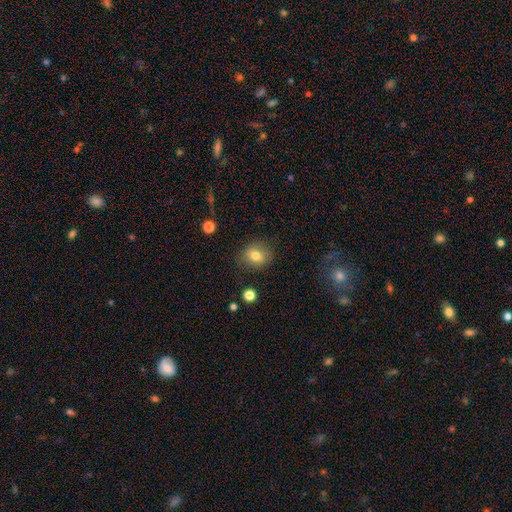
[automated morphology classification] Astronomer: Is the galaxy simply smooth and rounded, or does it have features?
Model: smooth — 77%.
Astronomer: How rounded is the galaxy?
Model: round — 63%.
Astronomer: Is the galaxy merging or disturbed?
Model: none — 81%.